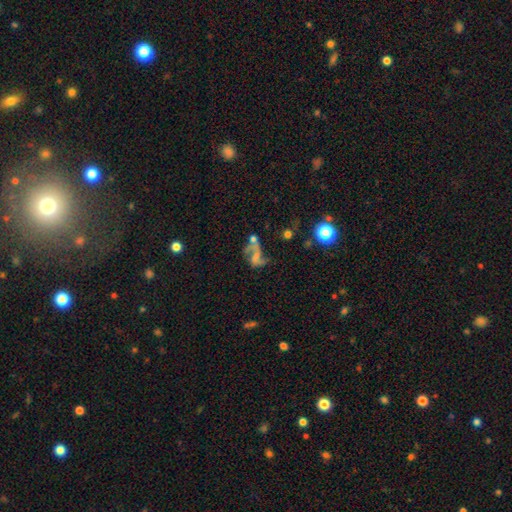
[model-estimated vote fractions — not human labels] Morphology: type=featured or disk (64%); edge-on=no (97%); bar=no (53%); spiral arms=yes (76%); bulge=none (57%); merging=major disturbance (31%).